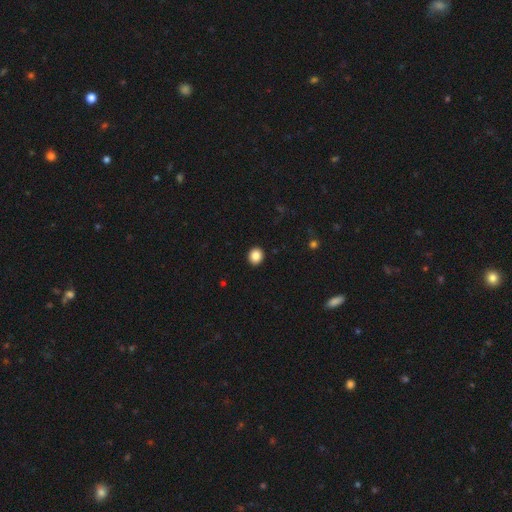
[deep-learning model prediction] smooth_or_featured: smooth (p=0.86) [alt: star or artifact p=0.10]
how_rounded: round (p=0.77) [alt: in between p=0.22]
merging: none (p=0.93) [alt: minor disturbance p=0.05]